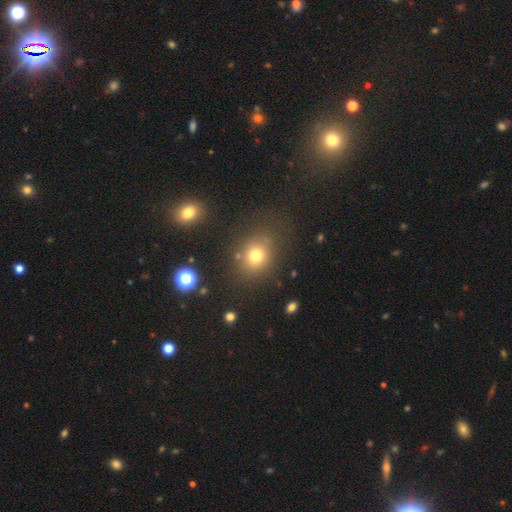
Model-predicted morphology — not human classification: smooth-or-featured: smooth: 74% | star or artifact: 16% | featured or disk: 10%
  how-rounded: round: 68% | in between: 31% | cigar-shaped: 1%
  merging: none: 76% | minor disturbance: 13% | major disturbance: 7% | merger: 4%